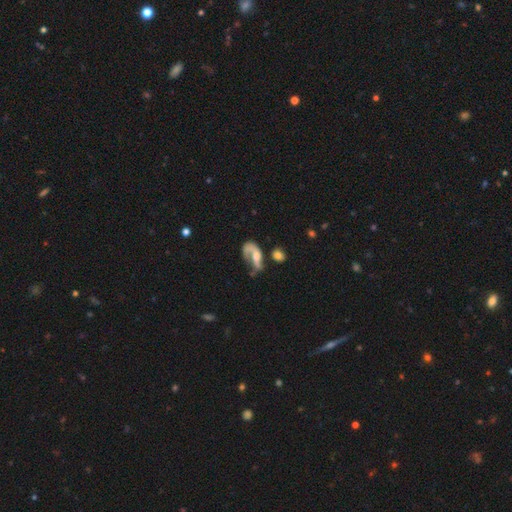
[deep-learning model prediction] smooth_or_featured: featured or disk (p=0.66) [alt: smooth p=0.25]
disk_edge_on: no (p=0.95) [alt: yes p=0.05]
bar: no (p=0.62) [alt: weak p=0.28]
has_spiral_arms: yes (p=0.79) [alt: no p=0.21]
spiral_winding: loose (p=0.60) [alt: medium p=0.28]
spiral_arm_count: 1 (p=0.61) [alt: 2 p=0.30]
bulge_size: moderate (p=0.35) [alt: small p=0.30]
merging: major disturbance (p=0.42) [alt: none p=0.27]